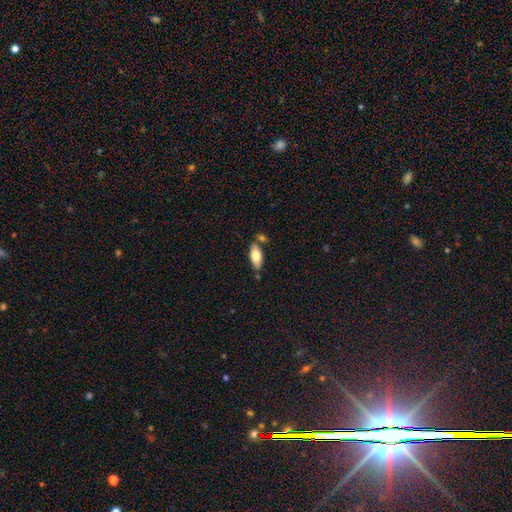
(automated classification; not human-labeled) Smooth or featured?
  - smooth: 71% *
  - featured or disk: 23%
  - star or artifact: 6%
How rounded?
  - in between: 82% *
  - cigar-shaped: 16%
  - round: 2%
Merging?
  - none: 72% *
  - minor disturbance: 14%
  - merger: 11%
  - major disturbance: 3%